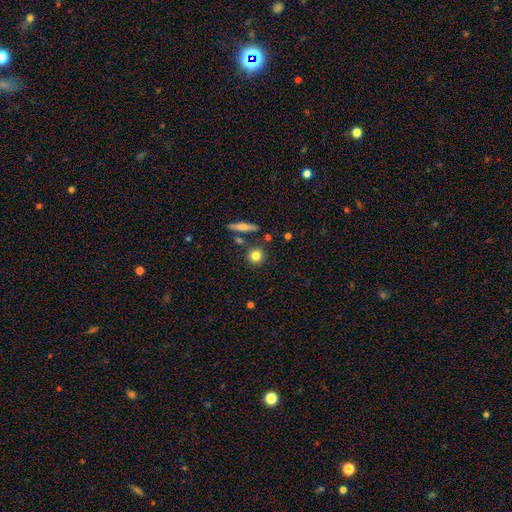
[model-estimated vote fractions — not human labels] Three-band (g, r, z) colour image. It shows a smooth galaxy with no disk features (81%) that is round (88%). Merging: none (80%).